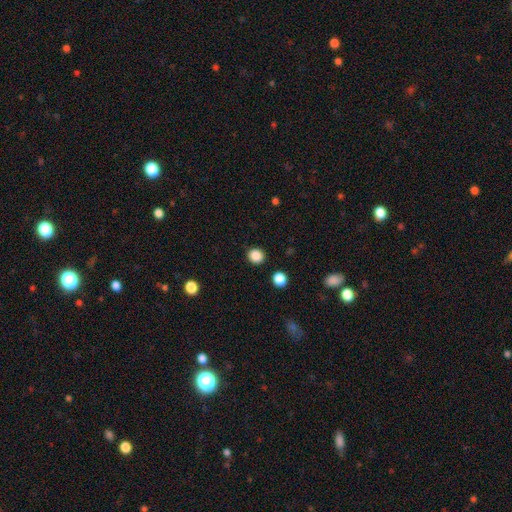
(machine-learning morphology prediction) Smooth or featured? smooth (87%)
How rounded? round (83%)
Merging? none (90%)